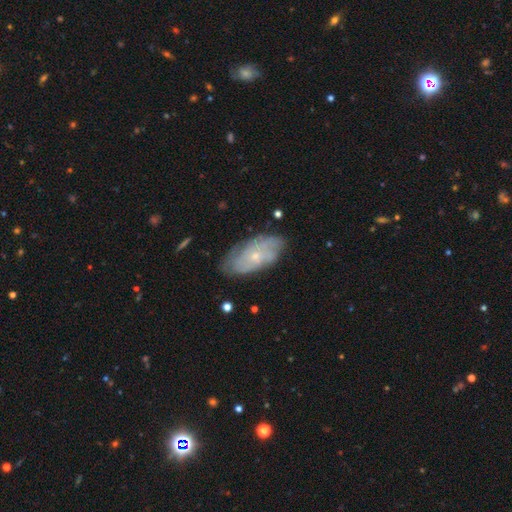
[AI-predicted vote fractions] Q: Smooth or featured?
A: featured or disk (67%); runner-up: smooth (26%)
Q: Edge-on disk?
A: no (92%); runner-up: yes (8%)
Q: Bar?
A: no (80%); runner-up: weak (17%)
Q: Spiral arms?
A: yes (82%); runner-up: no (18%)
Q: Spiral winding?
A: tight (61%); runner-up: medium (29%)
Q: Spiral arm count?
A: can't tell (55%); runner-up: 2 (17%)
Q: Bulge size?
A: small (73%); runner-up: moderate (23%)
Q: Merging?
A: none (75%); runner-up: minor disturbance (19%)